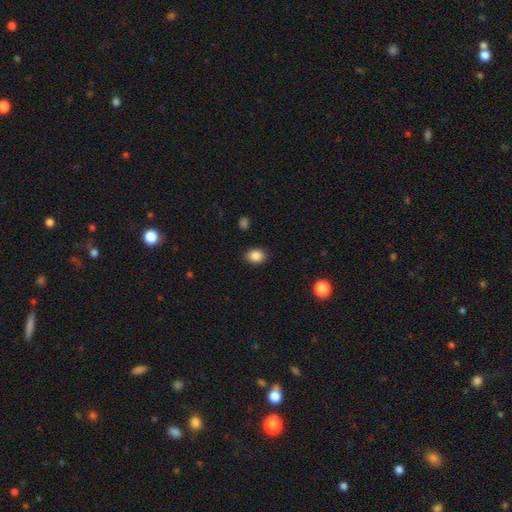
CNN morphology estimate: This is clearly a smooth galaxy (87%). How rounded: possibly in between (54%). Merging: clearly none (88%).